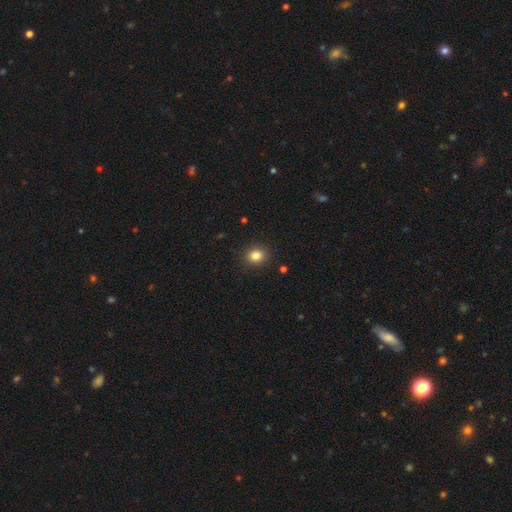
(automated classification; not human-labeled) This appears to be a smooth galaxy with no disk features (83%) that is round (69%). Merging: none (89%).